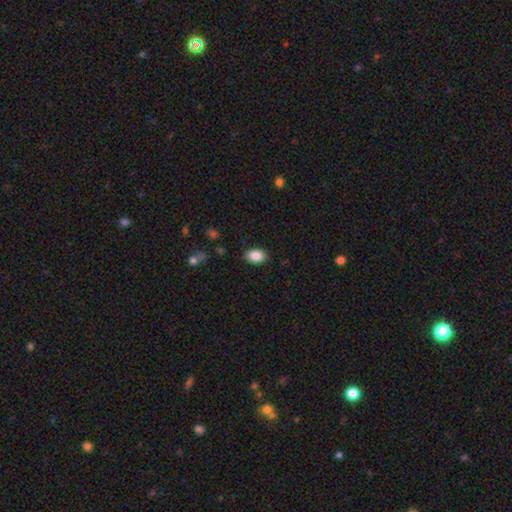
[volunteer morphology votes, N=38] Smooth or featured?
  - smooth: 89% *
  - featured or disk: 8%
  - star or artifact: 3%
How rounded?
  - in between: 68% *
  - round: 32%
  - cigar-shaped: 0%
Merging?
  - none: 84% *
  - minor disturbance: 5%
  - major disturbance: 5%
  - merger: 5%